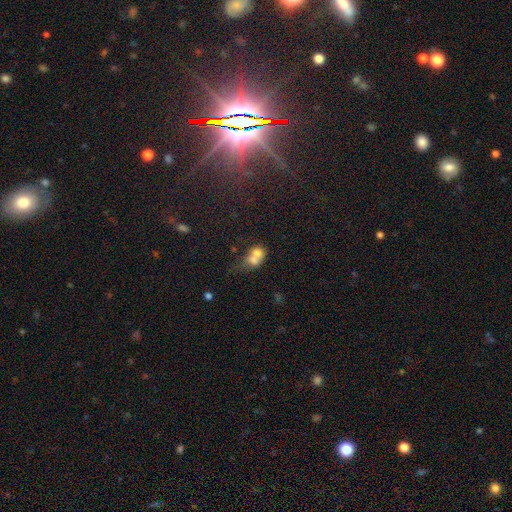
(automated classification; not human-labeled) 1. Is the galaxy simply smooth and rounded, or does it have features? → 65% smooth, 23% featured or disk, 11% star or artifact.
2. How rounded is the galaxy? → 50% round, 49% in between, 2% cigar-shaped.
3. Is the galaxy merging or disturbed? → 66% merger, 18% none, 9% minor disturbance, 7% major disturbance.